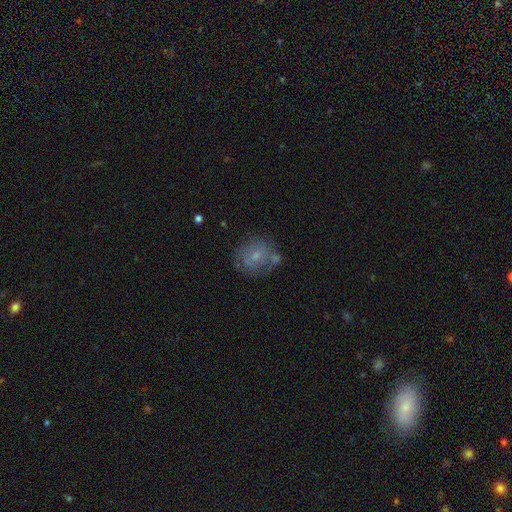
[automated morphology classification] A smooth galaxy with no disk features (50%). Merging: none (59%).